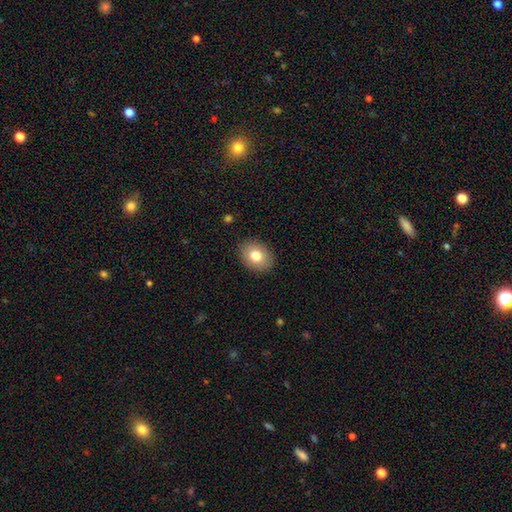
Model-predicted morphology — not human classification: Smooth or featured: smooth — 80% (featured or disk — 12%)
How rounded: in between — 64% (round — 35%)
Merging: none — 88% (minor disturbance — 9%)